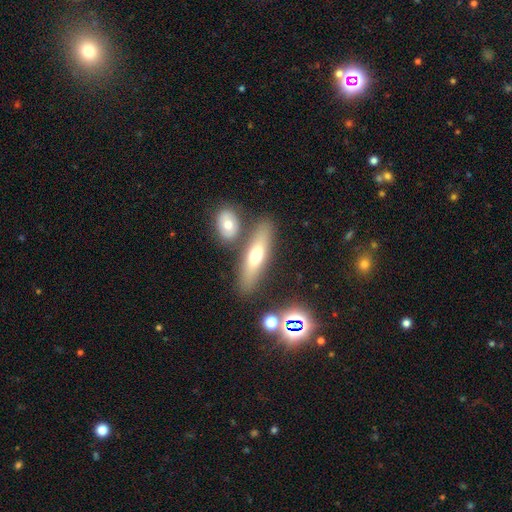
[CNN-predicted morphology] This is possibly a smooth galaxy (57%). How rounded: likely cigar-shaped (60%). Merging: likely none (74%).